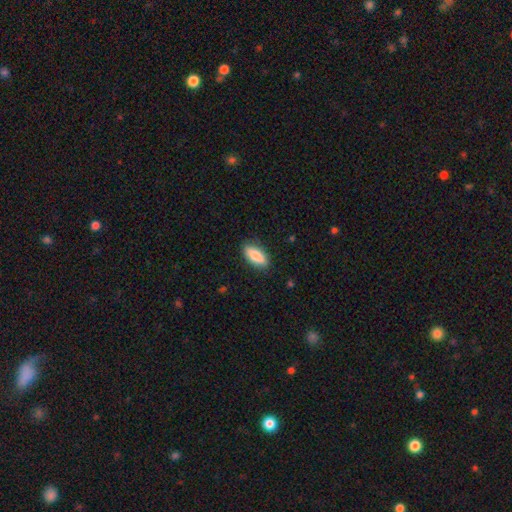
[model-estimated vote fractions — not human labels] Smooth or featured? Predicted: smooth (p=0.83). How rounded? Predicted: in between (p=0.79). Merging? Predicted: none (p=0.85).